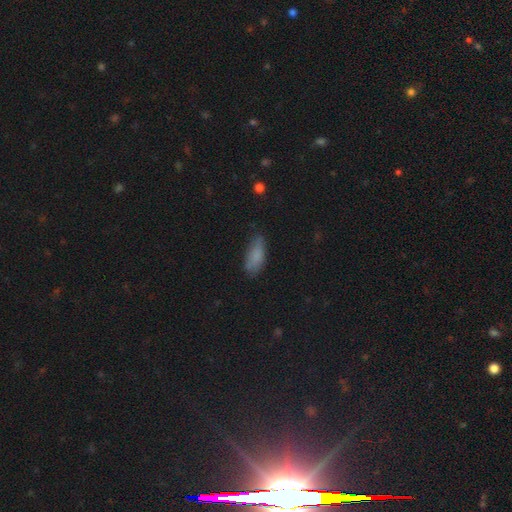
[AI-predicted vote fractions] This is clearly a smooth galaxy (82%). How rounded: likely in between (76%). Merging: likely none (64%).